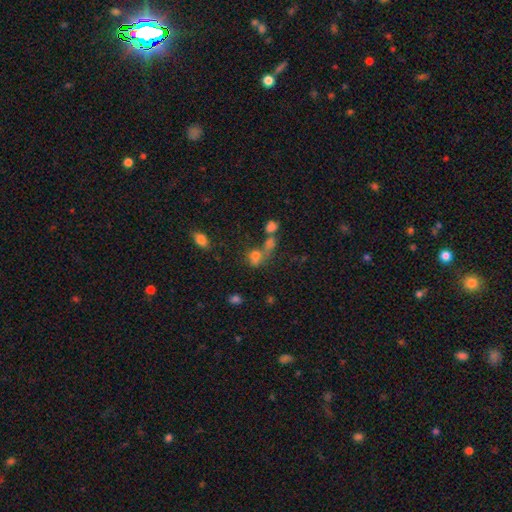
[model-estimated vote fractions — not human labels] A smooth galaxy with no disk features (66%) that is round (49%).

Vote fractions:
- Smooth or featured? smooth: 66% / star or artifact: 19% / featured or disk: 15%
- How rounded? round: 49% / in between: 48% / cigar-shaped: 3%
- Merging? merger: 47% / none: 29% / major disturbance: 12% / minor disturbance: 12%